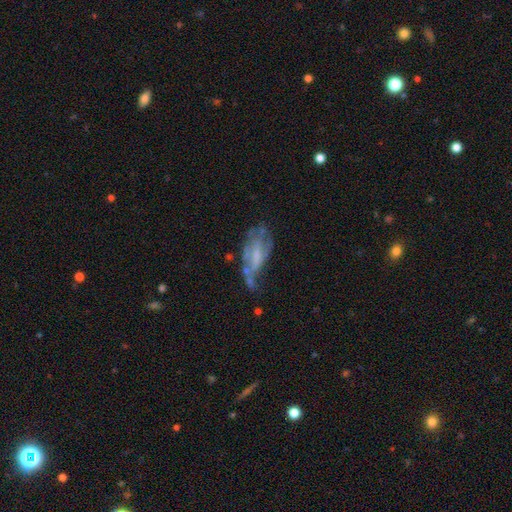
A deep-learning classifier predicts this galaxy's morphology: A featured or disk galaxy (62%) with no bar (51%), spiral arms (50%, tied with no) and no central bulge (38%). Merging: major disturbance (31%, tied with none).